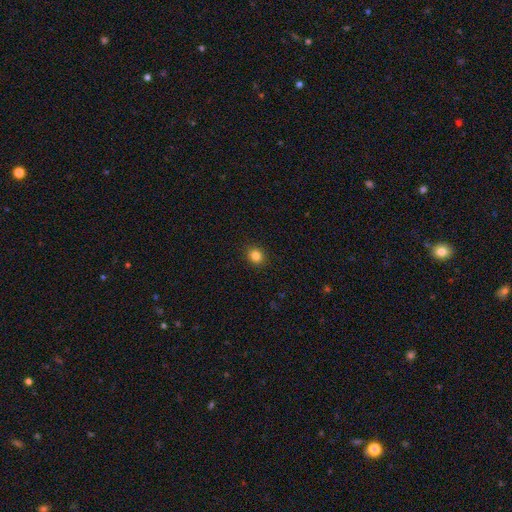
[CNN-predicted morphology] The model was most divided on "how rounded": round: 78%, in between: 21%, cigar-shaped: 1%. More confident: merging — none (91%); smooth or featured — smooth (84%).